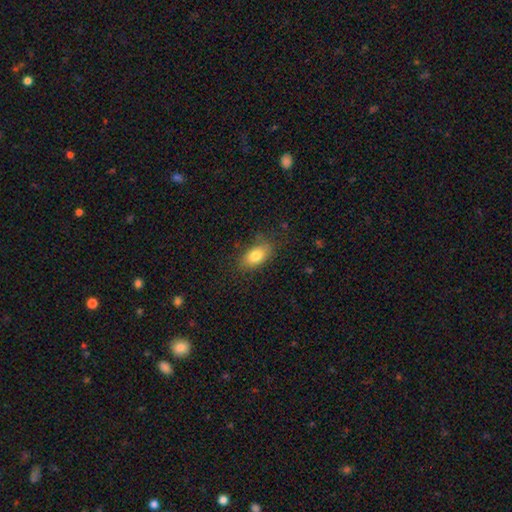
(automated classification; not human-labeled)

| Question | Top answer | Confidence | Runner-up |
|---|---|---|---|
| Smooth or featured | smooth | 81% | featured or disk (11%) |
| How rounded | in between | 88% | round (8%) |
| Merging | none | 76% | minor disturbance (17%) |